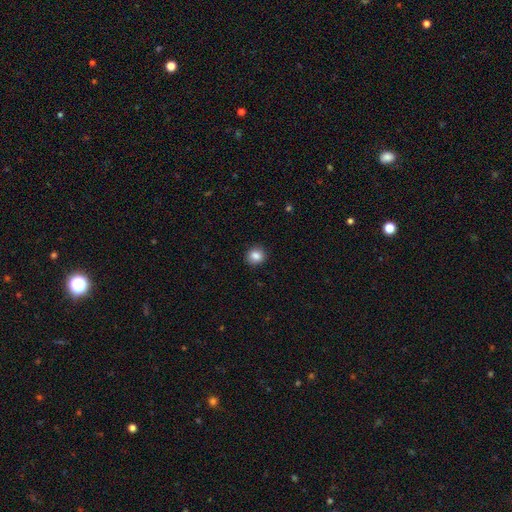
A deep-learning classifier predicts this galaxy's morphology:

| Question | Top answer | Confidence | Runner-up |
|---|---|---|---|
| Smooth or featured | smooth | 86% | star or artifact (9%) |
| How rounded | round | 84% | in between (15%) |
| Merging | none | 90% | minor disturbance (7%) |